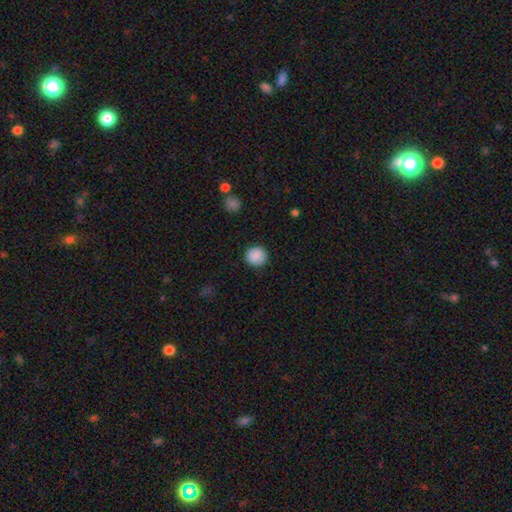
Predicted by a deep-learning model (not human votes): smooth 89%, star or artifact 8%, featured or disk 3%. Down the decision tree: how rounded — round (92%); merging — none (90%).